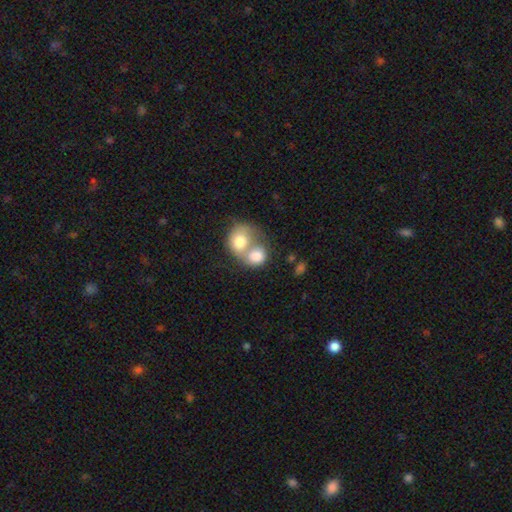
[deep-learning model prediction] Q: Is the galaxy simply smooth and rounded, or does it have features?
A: smooth — 74%.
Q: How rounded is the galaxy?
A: round — 58%.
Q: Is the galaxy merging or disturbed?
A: merger — 78%.